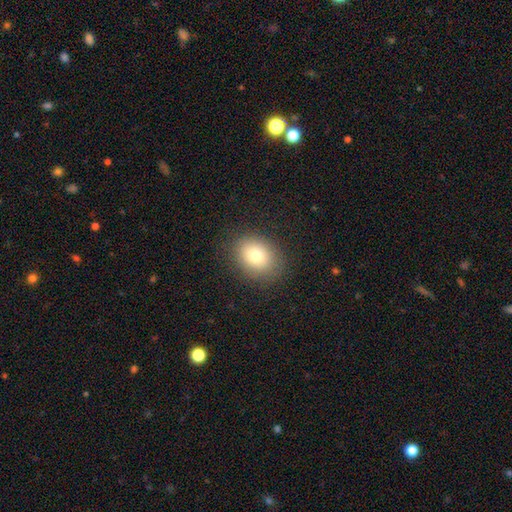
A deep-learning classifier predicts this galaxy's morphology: smooth 78%, featured or disk 11%, star or artifact 11%. Down the decision tree: how rounded — in between (53%); merging — none (86%).